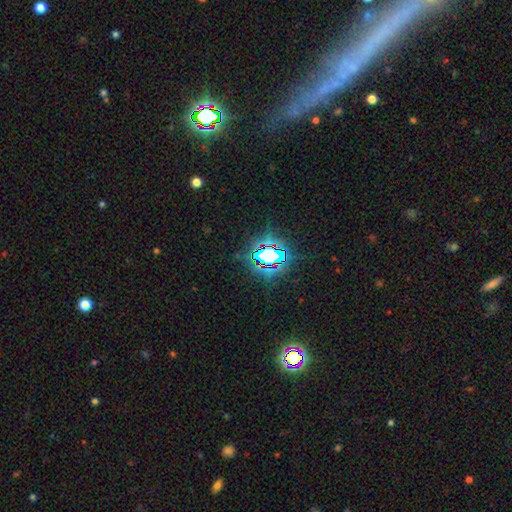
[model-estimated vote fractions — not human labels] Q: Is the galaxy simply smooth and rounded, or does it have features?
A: star or artifact — 75%.